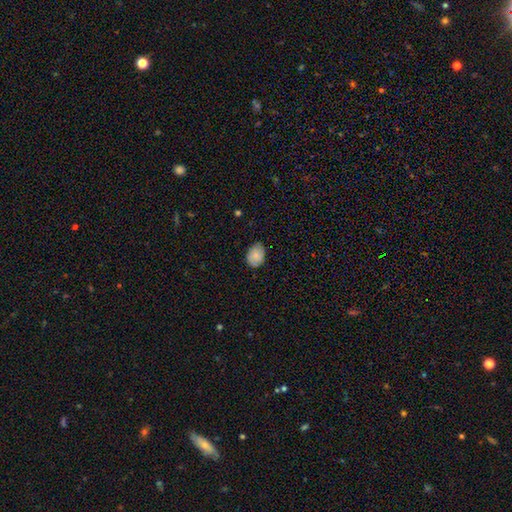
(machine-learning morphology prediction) Smooth or featured?
  - smooth: 68% *
  - featured or disk: 24%
  - star or artifact: 8%
How rounded?
  - in between: 71% *
  - round: 27%
  - cigar-shaped: 1%
Merging?
  - none: 75% *
  - minor disturbance: 20%
  - major disturbance: 3%
  - merger: 1%